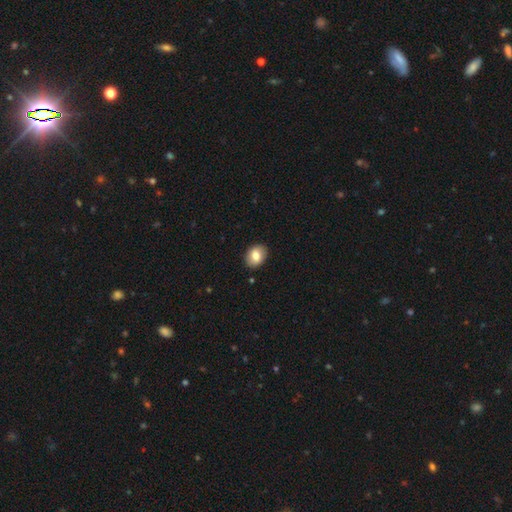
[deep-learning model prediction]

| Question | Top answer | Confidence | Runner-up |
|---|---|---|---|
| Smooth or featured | smooth | 80% | featured or disk (12%) |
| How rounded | in between | 67% | round (32%) |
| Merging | none | 88% | minor disturbance (9%) |